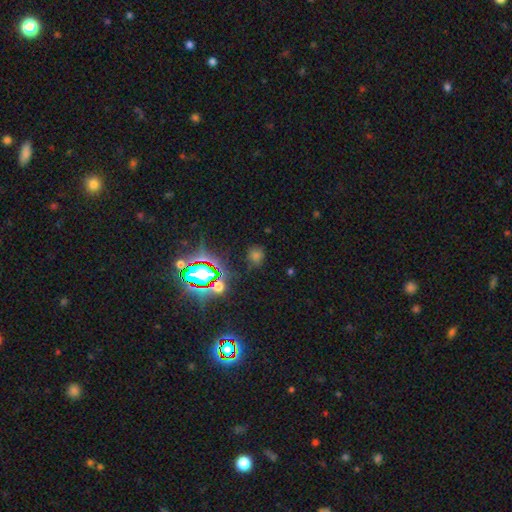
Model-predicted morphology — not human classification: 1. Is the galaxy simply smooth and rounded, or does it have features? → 51% star or artifact, 40% smooth, 9% featured or disk.